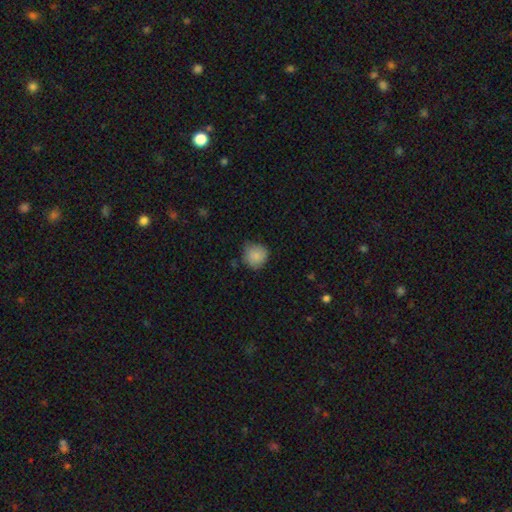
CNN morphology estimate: A smooth galaxy with no disk features (85%) that is round (88%). Merging: none (67%).